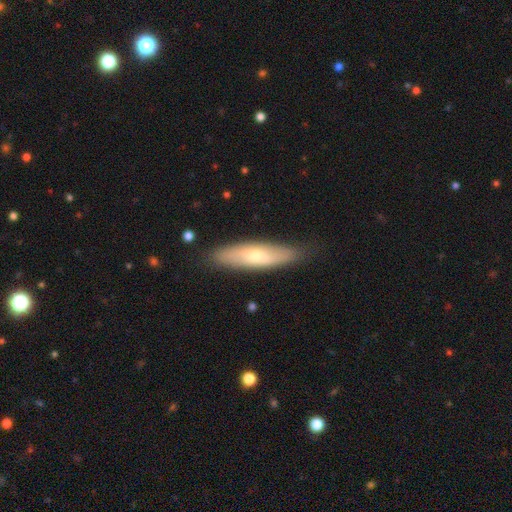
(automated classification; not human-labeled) The model was most divided on "smooth or featured": smooth: 61%, featured or disk: 33%, star or artifact: 6%. More confident: merging — none (81%); how rounded — cigar-shaped (69%).